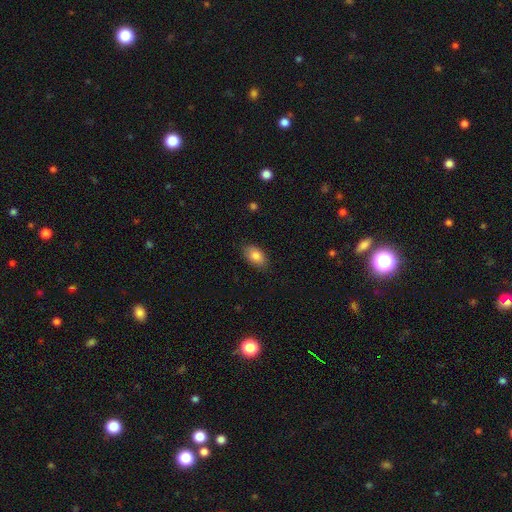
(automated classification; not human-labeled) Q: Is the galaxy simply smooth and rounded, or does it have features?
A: smooth — 83%.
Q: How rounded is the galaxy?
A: in between — 91%.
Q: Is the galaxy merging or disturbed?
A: none — 84%.